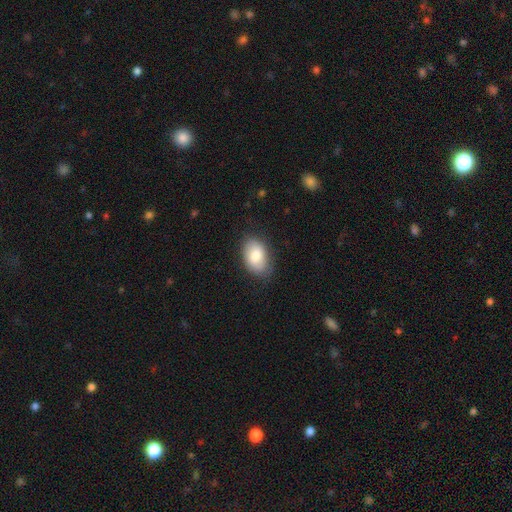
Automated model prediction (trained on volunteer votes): The model was most divided on "merging": none: 78%, minor disturbance: 17%, major disturbance: 4%, merger: 1%. More confident: how rounded — in between (91%); smooth or featured — smooth (82%).